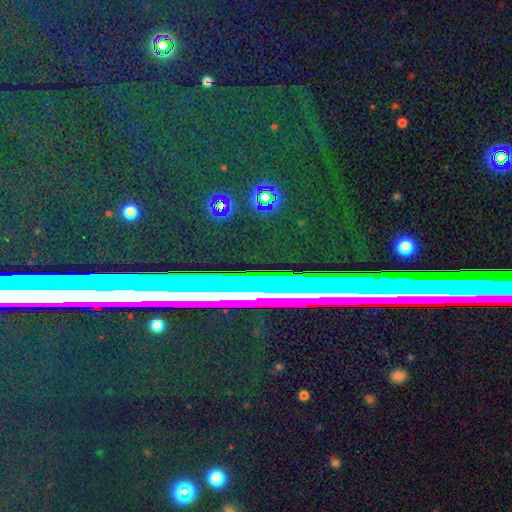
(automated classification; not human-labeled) A star or artifact, not a galaxy (71%).